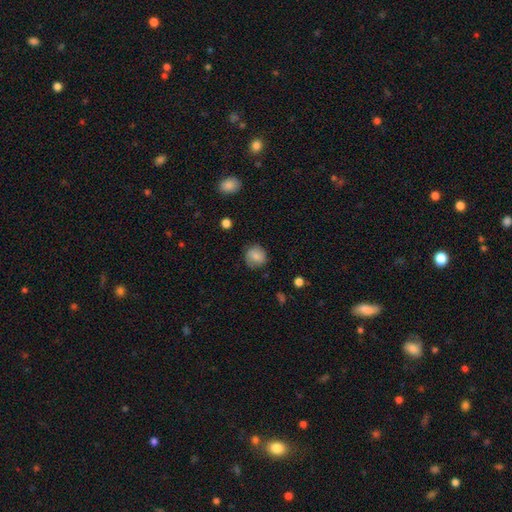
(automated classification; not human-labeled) This appears to be a smooth galaxy with no disk features (78%) that is round (85%). Merging: none (76%).